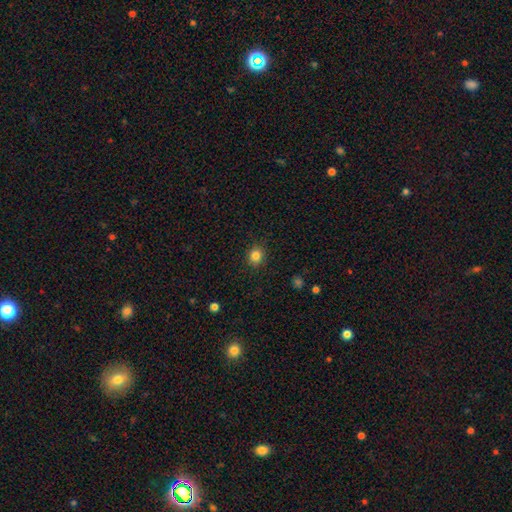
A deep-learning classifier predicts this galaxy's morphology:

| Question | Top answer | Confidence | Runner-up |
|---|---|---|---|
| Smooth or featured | smooth | 84% | star or artifact (11%) |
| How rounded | round | 80% | in between (19%) |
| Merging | none | 89% | minor disturbance (8%) |